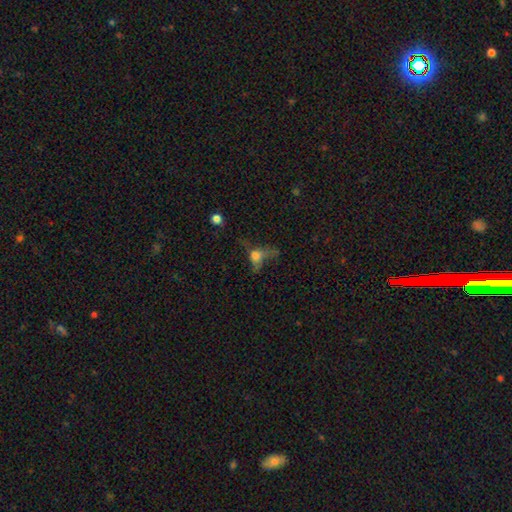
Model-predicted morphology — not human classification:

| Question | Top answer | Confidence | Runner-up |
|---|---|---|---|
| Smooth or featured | smooth | 50% | featured or disk (29%) |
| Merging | major disturbance | 45% | none (29%) |